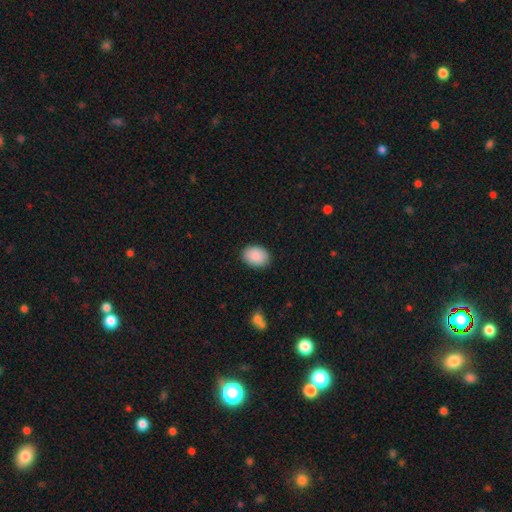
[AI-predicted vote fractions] Smooth or featured? smooth (90%)
How rounded? in between (76%)
Merging? none (88%)